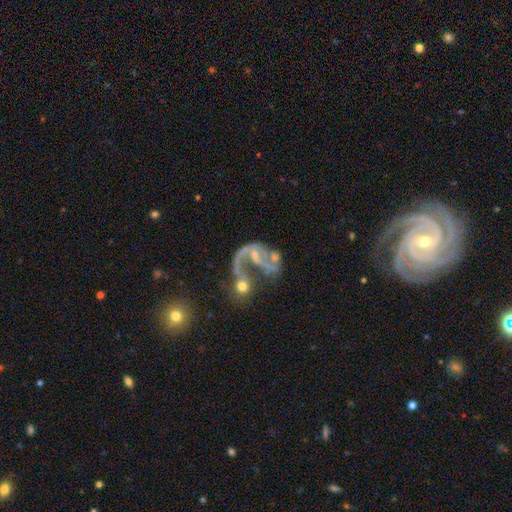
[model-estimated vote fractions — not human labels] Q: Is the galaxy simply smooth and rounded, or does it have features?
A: featured or disk — 78%.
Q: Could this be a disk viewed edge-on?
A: no — 97%.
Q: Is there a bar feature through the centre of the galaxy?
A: no — 56%.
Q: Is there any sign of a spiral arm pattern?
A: yes — 73%.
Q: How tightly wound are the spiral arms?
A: loose — 70%.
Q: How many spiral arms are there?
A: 1 — 43%.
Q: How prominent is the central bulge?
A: small — 49%.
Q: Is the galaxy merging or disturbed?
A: major disturbance — 37%.